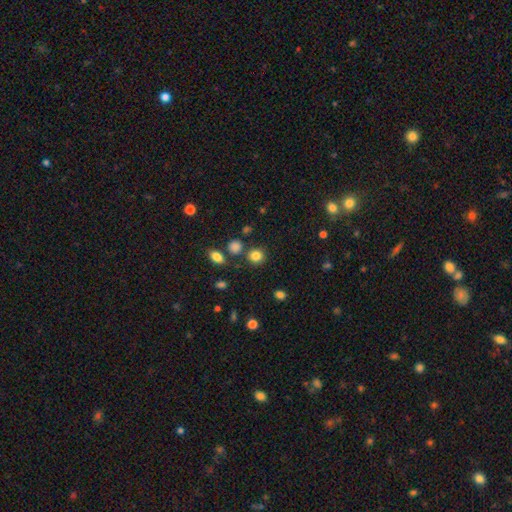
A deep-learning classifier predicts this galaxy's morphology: This appears to be a smooth galaxy with no disk features (83%) that is round (87%). Merging: none (81%).